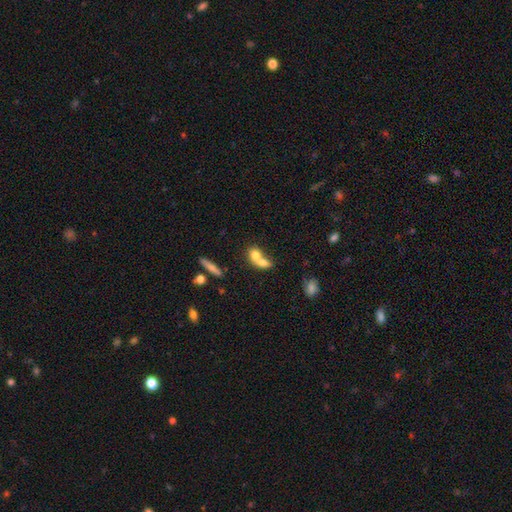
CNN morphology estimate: Smooth or featured? Predicted: smooth (p=0.70). How rounded? Predicted: in between (p=0.49). Merging? Predicted: merger (p=0.69).